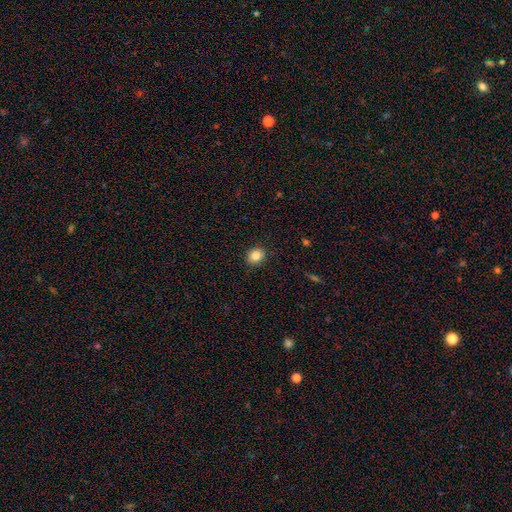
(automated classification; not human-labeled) Smooth or featured?
  - smooth: 85% *
  - star or artifact: 10%
  - featured or disk: 5%
How rounded?
  - round: 65% *
  - in between: 34%
  - cigar-shaped: 1%
Merging?
  - none: 88% *
  - minor disturbance: 9%
  - major disturbance: 2%
  - merger: 1%